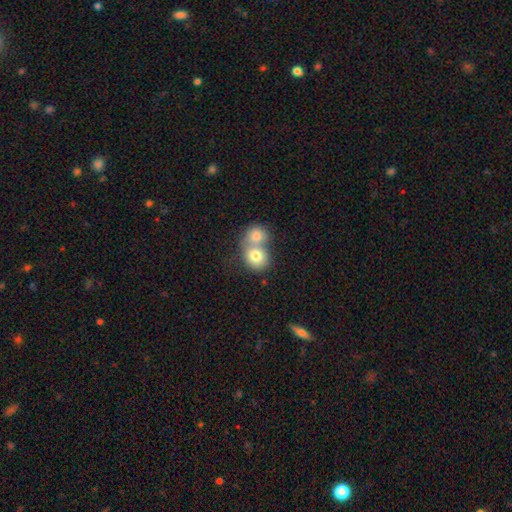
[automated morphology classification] This is likely a smooth galaxy (76%). How rounded: likely round (72%). Merging: likely merger (67%).